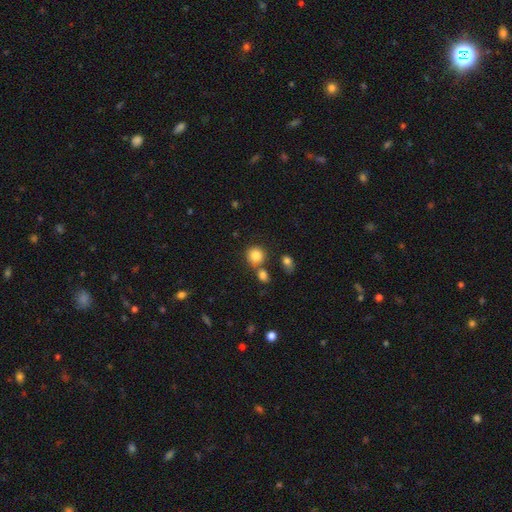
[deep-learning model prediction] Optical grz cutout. It shows a smooth galaxy with no disk features (84%) that is round (86%). Merging: none (64%).